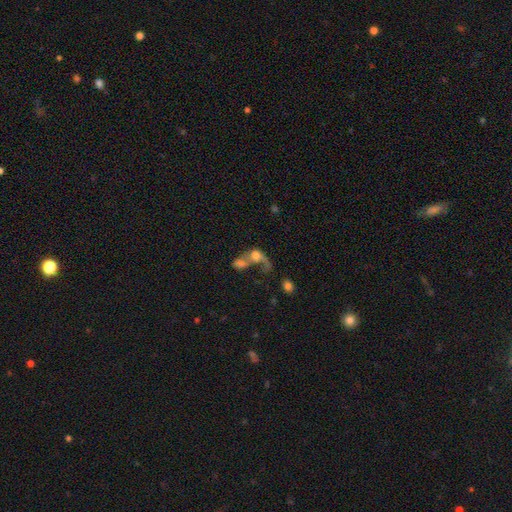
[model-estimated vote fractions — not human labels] Morphology: type=smooth (47%); merging=merger (70%).